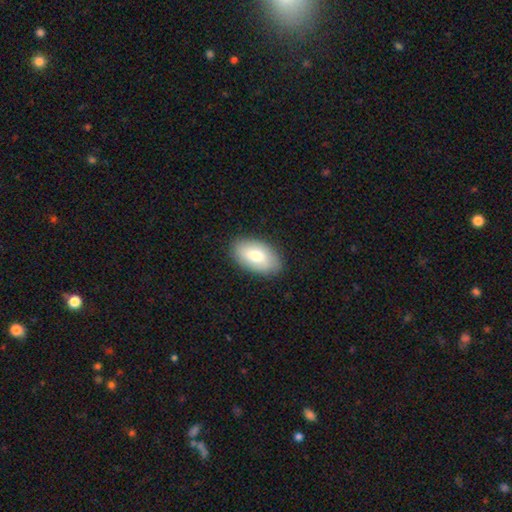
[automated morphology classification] Overall: smooth (73%). How rounded: in between (94%). Merging: none (86%).